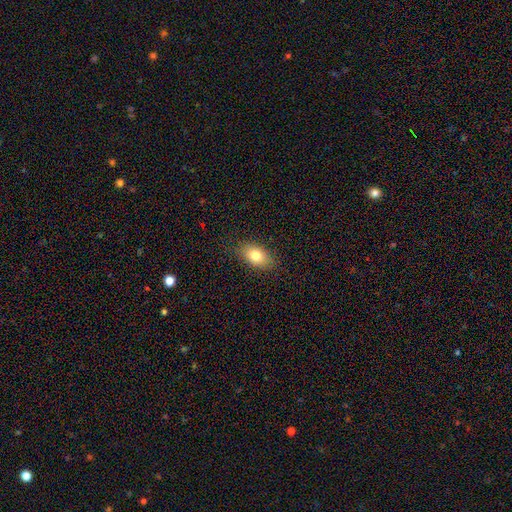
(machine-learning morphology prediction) type=smooth (79%); roundness=in between (88%); merging=none (85%).